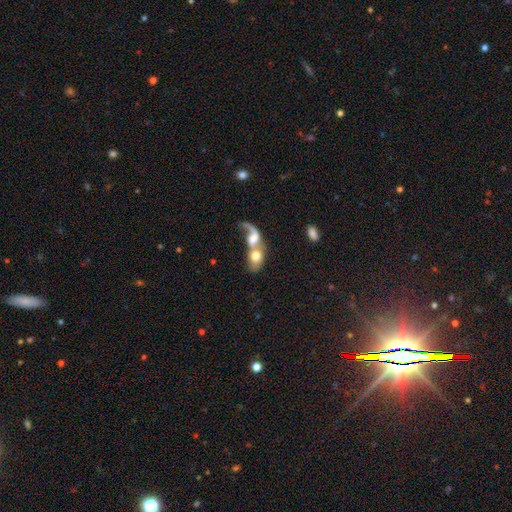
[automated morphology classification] The model was most divided on "smooth or featured": smooth: 52%, featured or disk: 40%, star or artifact: 8%. More confident: merging — merger (80%); how rounded — in between (66%).